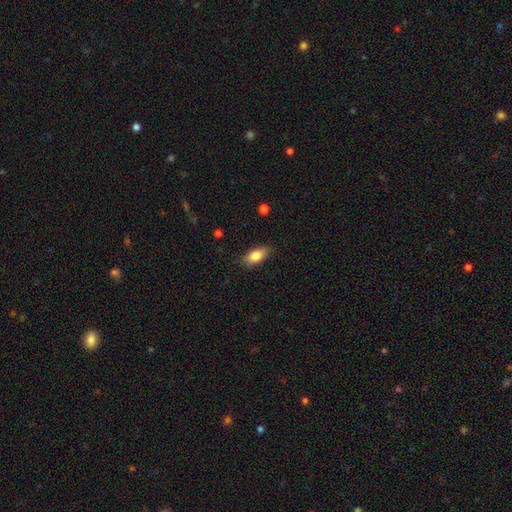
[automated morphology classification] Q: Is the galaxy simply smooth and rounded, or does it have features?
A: smooth — 83%.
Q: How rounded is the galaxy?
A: in between — 87%.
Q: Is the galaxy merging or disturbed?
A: none — 82%.